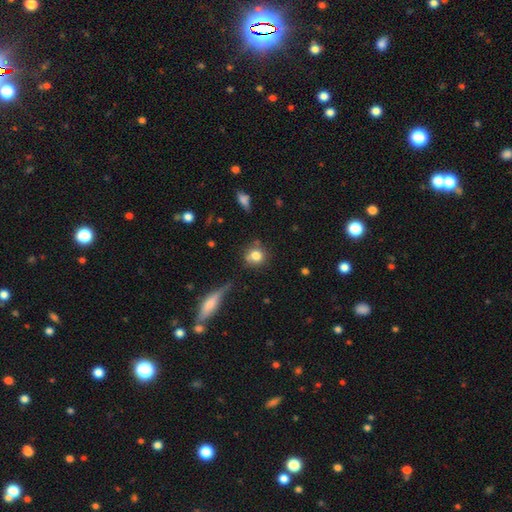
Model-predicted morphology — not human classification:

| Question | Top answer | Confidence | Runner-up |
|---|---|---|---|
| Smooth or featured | smooth | 79% | star or artifact (11%) |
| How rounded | round | 84% | in between (15%) |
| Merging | none | 70% | minor disturbance (15%) |